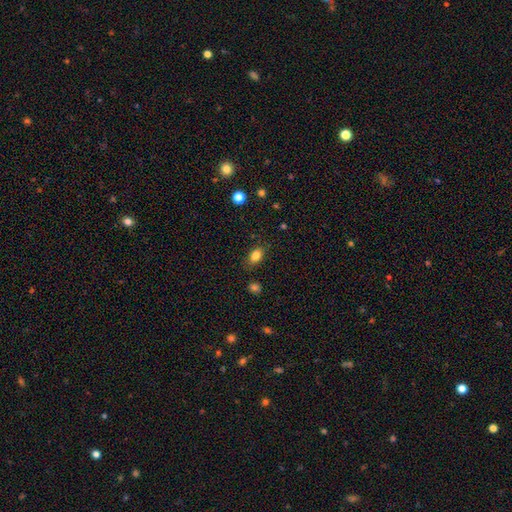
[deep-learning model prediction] A smooth galaxy with no disk features (84%) that is in between round and cigar-shaped (83%).

Vote fractions:
- Smooth or featured? smooth: 84% / star or artifact: 10% / featured or disk: 7%
- How rounded? in between: 83% / round: 15% / cigar-shaped: 2%
- Merging? none: 82% / minor disturbance: 13% / major disturbance: 3% / merger: 2%